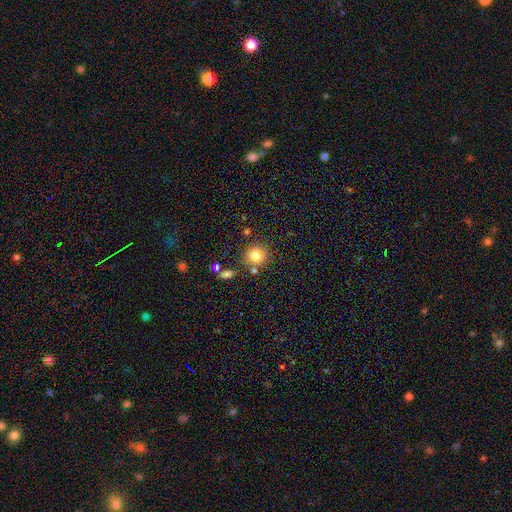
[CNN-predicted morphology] Smooth or featured? smooth (78%)
How rounded? round (90%)
Merging? none (77%)